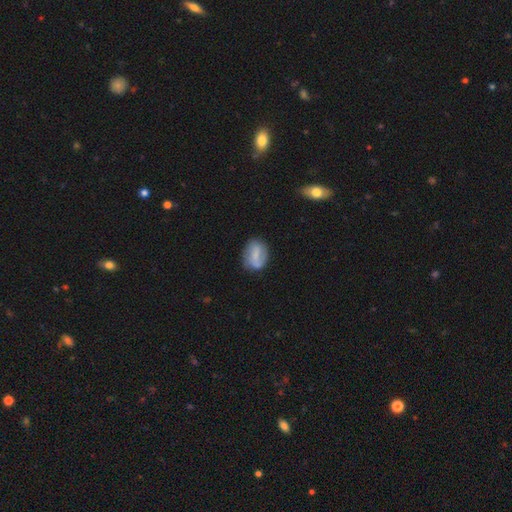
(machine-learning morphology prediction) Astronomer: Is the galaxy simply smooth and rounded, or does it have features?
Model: smooth — 50% (runner-up: featured or disk, 43%).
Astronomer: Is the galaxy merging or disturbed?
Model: none — 70%.